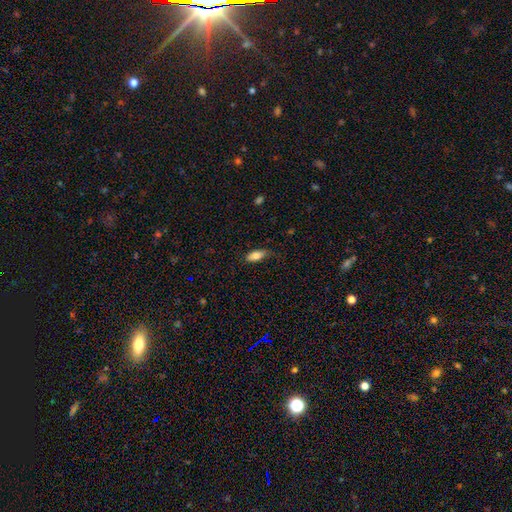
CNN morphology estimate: This is clearly a smooth galaxy (80%). How rounded: clearly in between (82%). Merging: likely none (72%).